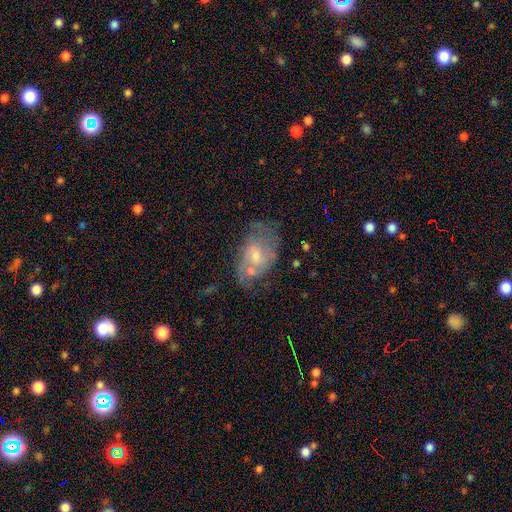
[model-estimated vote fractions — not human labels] This is likely a featured or disk galaxy (62%). It is clearly not viewed edge-on (95%). Bar: possibly no (55%). Spiral arm pattern: likely yes (73%). Central bulge: possibly small (50%). Merging: possibly none (46%).